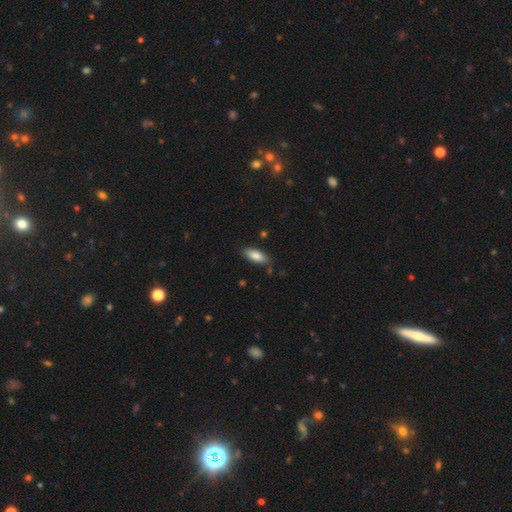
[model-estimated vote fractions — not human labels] smooth_or_featured: smooth (p=0.85) [alt: featured or disk p=0.09]
how_rounded: in between (p=0.81) [alt: cigar-shaped p=0.17]
merging: none (p=0.79) [alt: minor disturbance p=0.16]